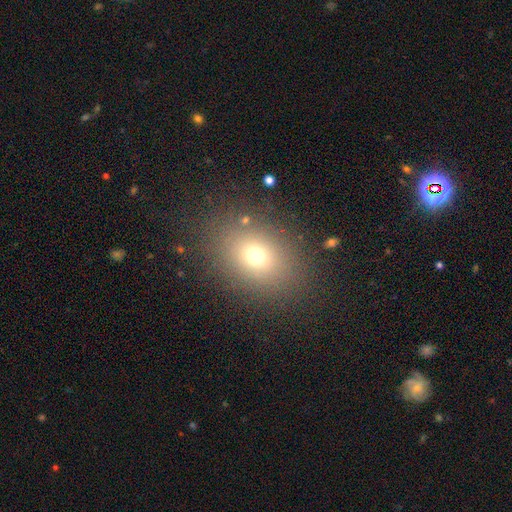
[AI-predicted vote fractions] A smooth galaxy with no disk features (70%) that is in between round and cigar-shaped (60%).

Vote fractions:
- Smooth or featured? smooth: 70% / star or artifact: 17% / featured or disk: 13%
- How rounded? in between: 60% / round: 39% / cigar-shaped: 1%
- Merging? none: 83% / minor disturbance: 9% / major disturbance: 5% / merger: 2%